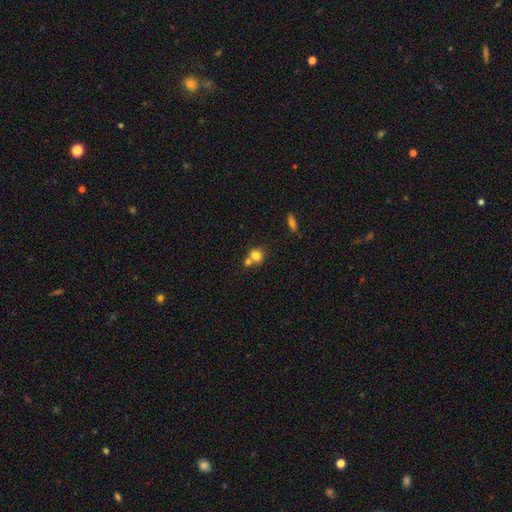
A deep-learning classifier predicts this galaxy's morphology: This appears to be a smooth galaxy with no disk features (78%) that is round (83%). Merging: none (46%).